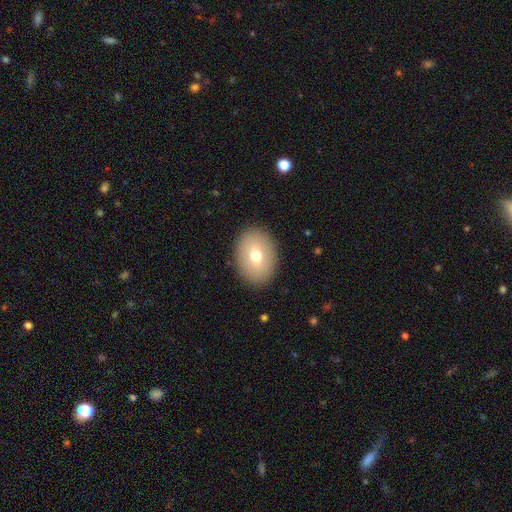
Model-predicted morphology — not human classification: Smooth or featured?
  - smooth: 69% *
  - featured or disk: 22%
  - star or artifact: 9%
How rounded?
  - in between: 71% *
  - round: 28%
  - cigar-shaped: 1%
Merging?
  - none: 89% *
  - minor disturbance: 8%
  - major disturbance: 3%
  - merger: 1%